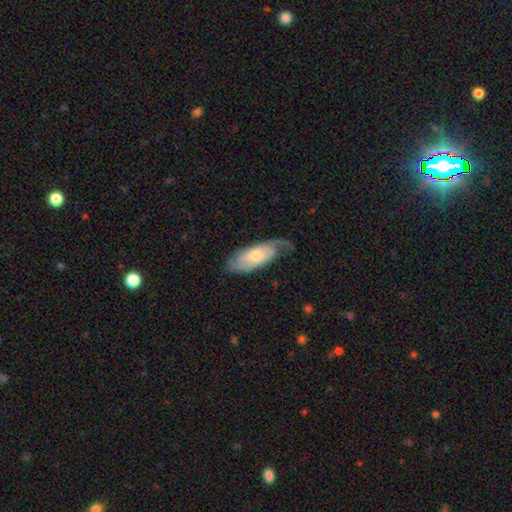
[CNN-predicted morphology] Smooth or featured?
  - featured or disk: 62% *
  - smooth: 33%
  - star or artifact: 5%
Edge-on disk?
  - no: 88% *
  - yes: 12%
Bar?
  - no: 72% *
  - weak: 23%
  - strong: 5%
Spiral arms?
  - yes: 86% *
  - no: 14%
Bulge size?
  - small: 45% * (tied)
  - moderate: 45% * (tied)
  - large: 5%
  - none: 3%
  - dominant: 1%
Merging?
  - none: 55% *
  - minor disturbance: 26%
  - major disturbance: 18%
  - merger: 2%